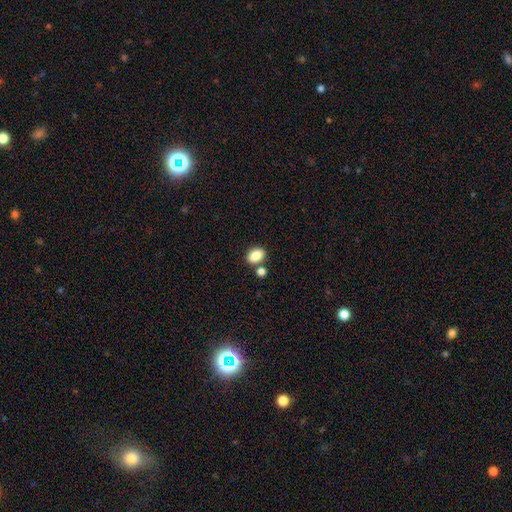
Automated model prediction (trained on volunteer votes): Smooth or featured? Predicted: smooth (p=0.86). How rounded? Predicted: in between (p=0.78). Merging? Predicted: none (p=0.70).